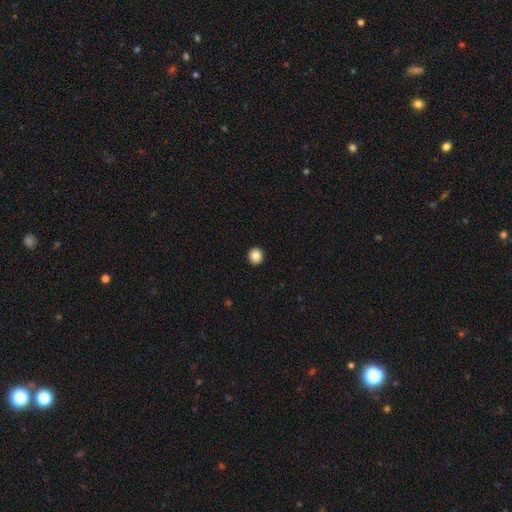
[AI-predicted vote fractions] smooth-or-featured: smooth: 85% | star or artifact: 9% | featured or disk: 5%
  how-rounded: round: 93% | in between: 6% | cigar-shaped: 1%
  merging: none: 94% | minor disturbance: 4% | major disturbance: 1% | merger: 1%